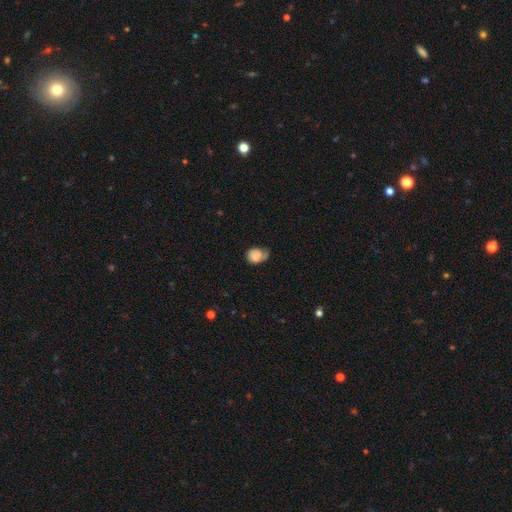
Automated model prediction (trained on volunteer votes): Smooth or featured?
  - smooth: 76% *
  - featured or disk: 16%
  - star or artifact: 9%
How rounded?
  - round: 50% *
  - in between: 49%
  - cigar-shaped: 1%
Merging?
  - minor disturbance: 40% *
  - none: 33%
  - major disturbance: 22%
  - merger: 6%